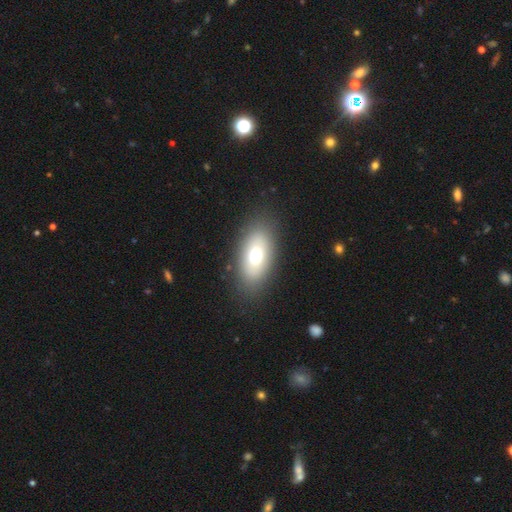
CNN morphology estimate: The model was most divided on "smooth or featured": smooth: 70%, featured or disk: 22%, star or artifact: 8%. More confident: how rounded — in between (90%); merging — none (85%).